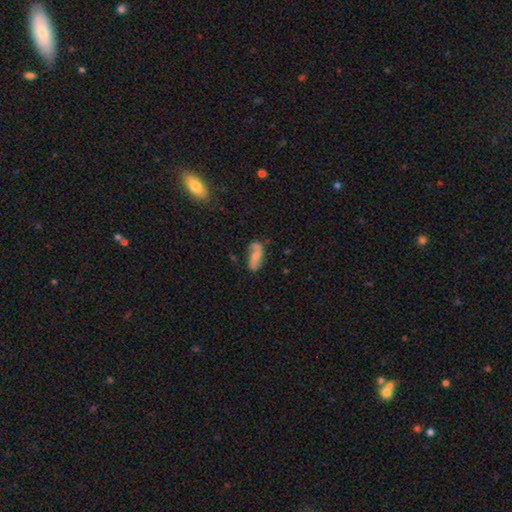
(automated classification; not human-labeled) Smooth or featured? featured or disk (56%)
Edge-on disk? no (94%)
Bar? no (55%)
Spiral arms? yes (88%)
Bulge size? small (41%)
Merging? none (56%)